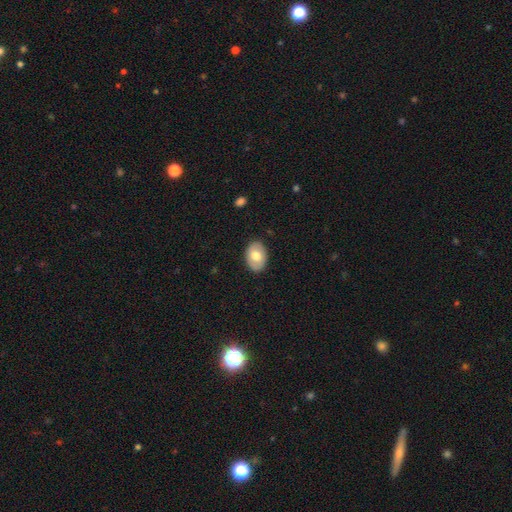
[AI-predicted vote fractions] smooth_or_featured: smooth (p=0.68) [alt: featured or disk p=0.25]
how_rounded: in between (p=0.81) [alt: round p=0.18]
merging: none (p=0.87) [alt: minor disturbance p=0.10]